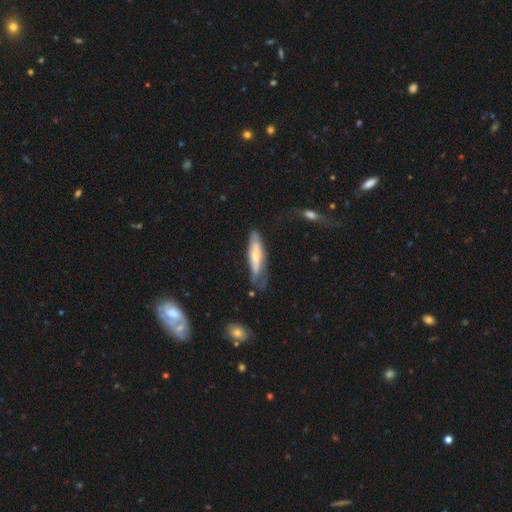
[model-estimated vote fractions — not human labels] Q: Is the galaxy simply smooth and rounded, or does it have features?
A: smooth — 50%.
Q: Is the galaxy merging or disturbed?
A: none — 47%.